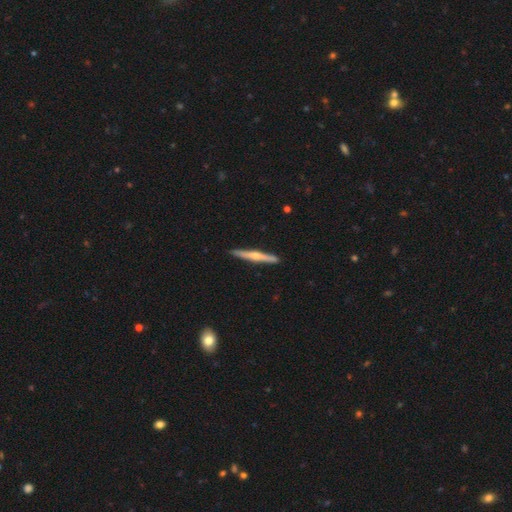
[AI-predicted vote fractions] The model was most divided on "smooth or featured": featured or disk: 70%, smooth: 25%, star or artifact: 5%. More confident: edge-on disk — yes (98%); merging — none (92%); edge-on bulge — rounded (86%).